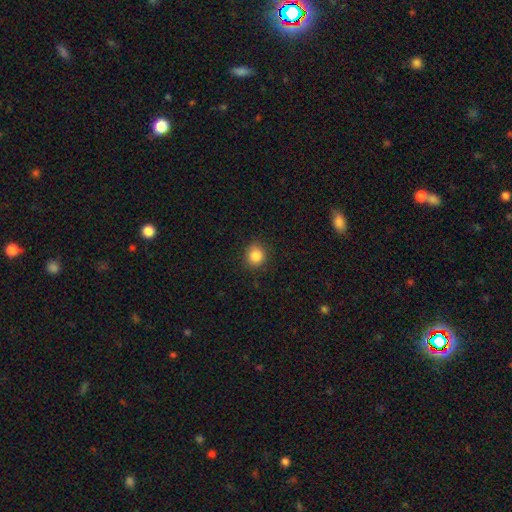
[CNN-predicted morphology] Smooth or featured? Predicted: smooth (p=0.85). How rounded? Predicted: round (p=0.86). Merging? Predicted: none (p=0.89).